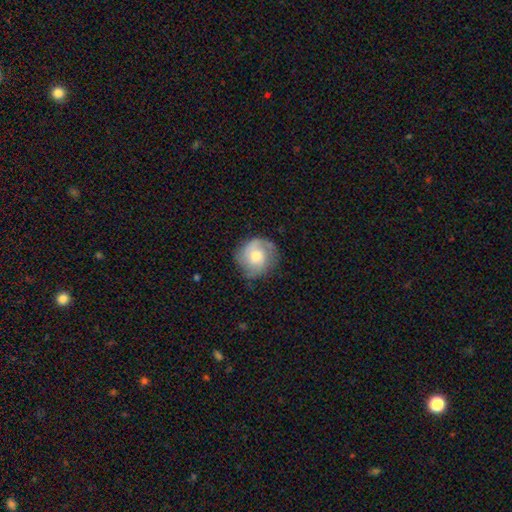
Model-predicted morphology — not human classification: Q: Smooth or featured?
A: featured or disk (56%); runner-up: smooth (36%)
Q: Edge-on disk?
A: no (97%); runner-up: yes (3%)
Q: Bar?
A: no (71%); runner-up: weak (25%)
Q: Spiral arms?
A: yes (88%); runner-up: no (12%)
Q: Bulge size?
A: moderate (60%); runner-up: small (27%)
Q: Merging?
A: none (72%); runner-up: minor disturbance (19%)